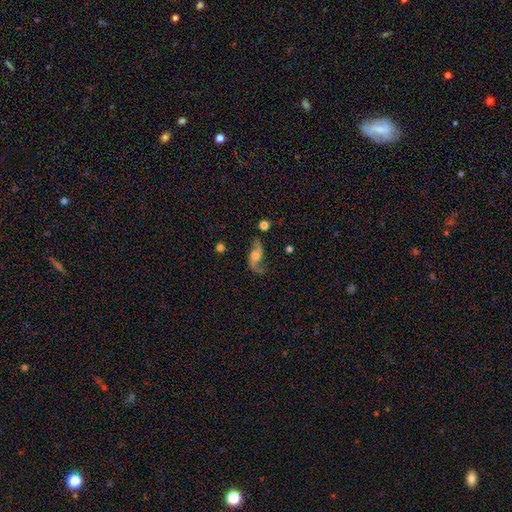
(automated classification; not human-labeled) A featured or disk galaxy (83%) with no bar (61%), 2 (92%) loose (80%) spiral arms (95%) and a moderate central bulge (44%). Merging: none (68%).